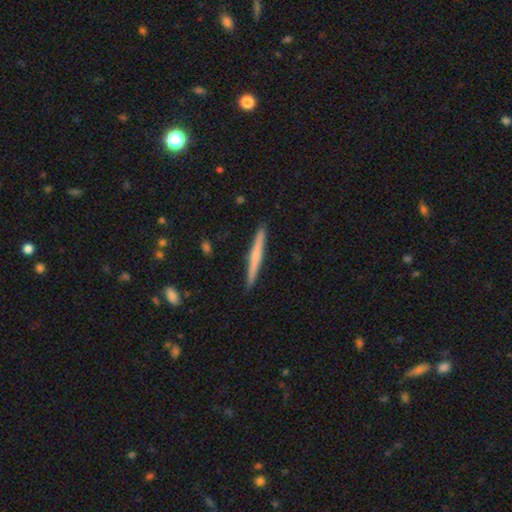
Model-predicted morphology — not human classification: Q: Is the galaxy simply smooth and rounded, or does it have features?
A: smooth — 48%.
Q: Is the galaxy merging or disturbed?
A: none — 92%.